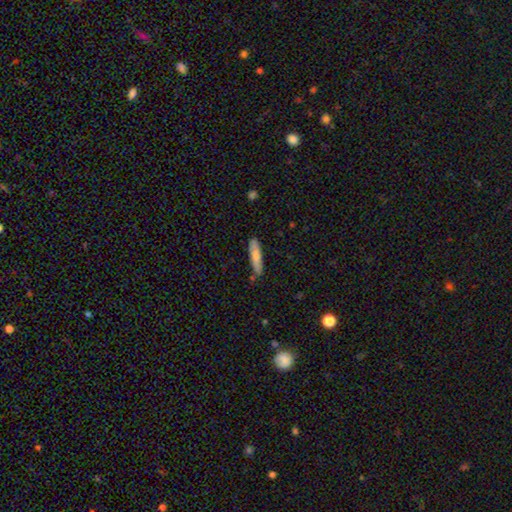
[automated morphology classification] Smooth or featured? smooth (80%)
How rounded? cigar-shaped (80%)
Merging? none (80%)